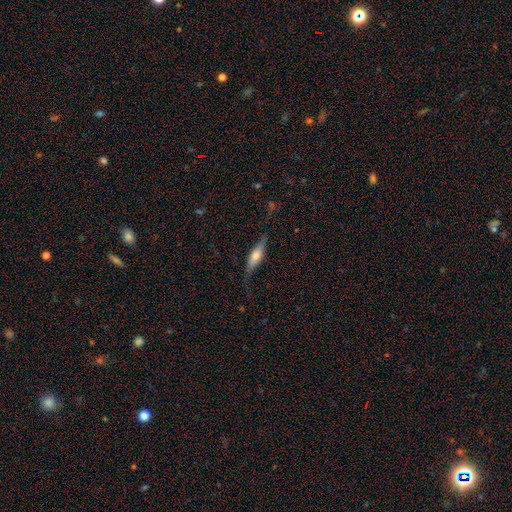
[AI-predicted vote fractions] The model was most divided on "smooth or featured": smooth: 51%, featured or disk: 43%, star or artifact: 6%. More confident: merging — none (70%); how rounded — cigar-shaped (59%).